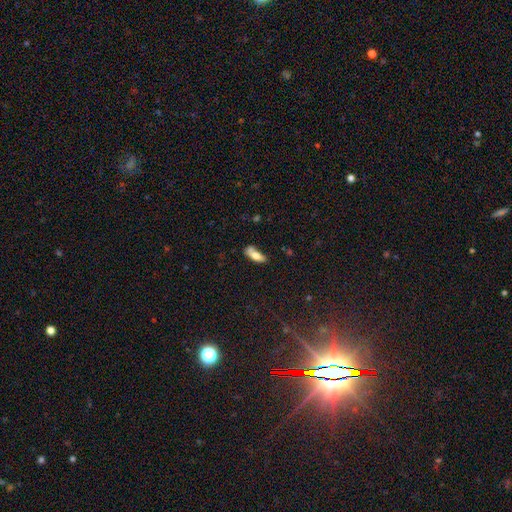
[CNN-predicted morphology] Smooth or featured? smooth (69%)
How rounded? in between (68%)
Merging? none (49%)